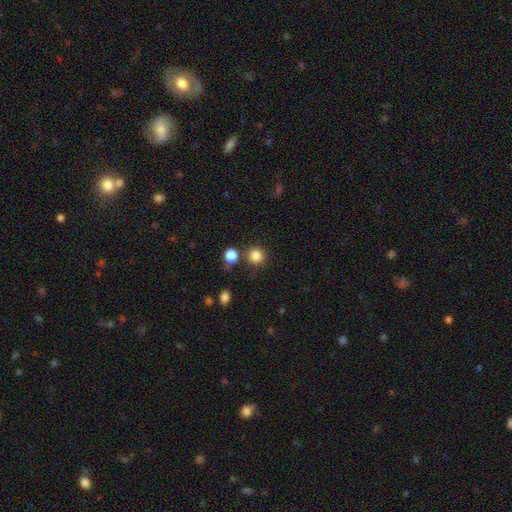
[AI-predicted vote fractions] This is clearly a smooth galaxy (85%). How rounded: clearly round (92%). Merging: likely none (79%).